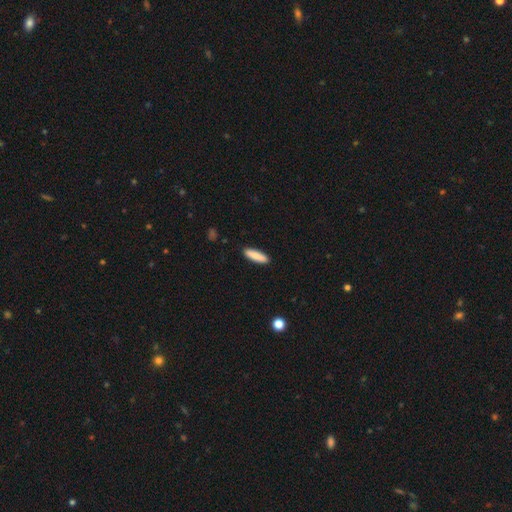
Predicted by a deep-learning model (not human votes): Smooth or featured? smooth (86%)
How rounded? cigar-shaped (66%)
Merging? none (90%)